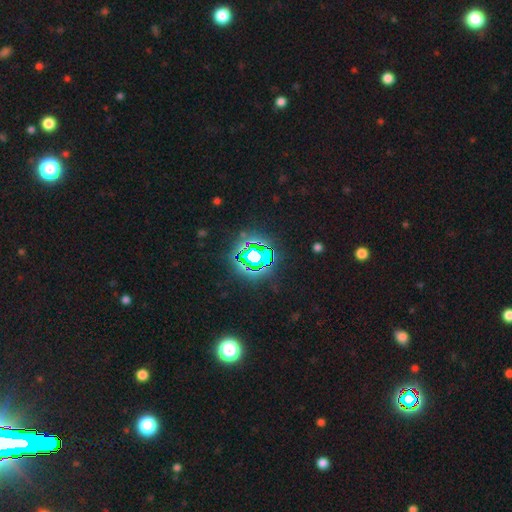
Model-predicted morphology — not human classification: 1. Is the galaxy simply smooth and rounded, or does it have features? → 79% star or artifact, 13% smooth, 8% featured or disk.